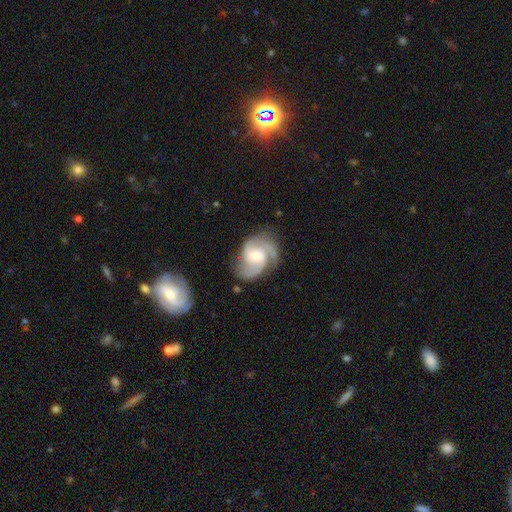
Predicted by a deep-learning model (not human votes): A featured or disk galaxy (88%) with no bar (52%), 2 (55%) medium (55%) spiral arms (98%) and a small central bulge (52%). Merging: none (67%).